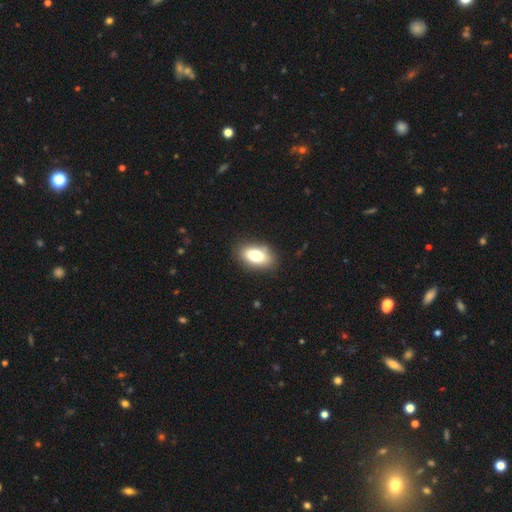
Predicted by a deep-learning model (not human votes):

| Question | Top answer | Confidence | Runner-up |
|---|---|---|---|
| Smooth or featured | smooth | 79% | featured or disk (13%) |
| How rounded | in between | 90% | round (8%) |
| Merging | none | 85% | minor disturbance (11%) |